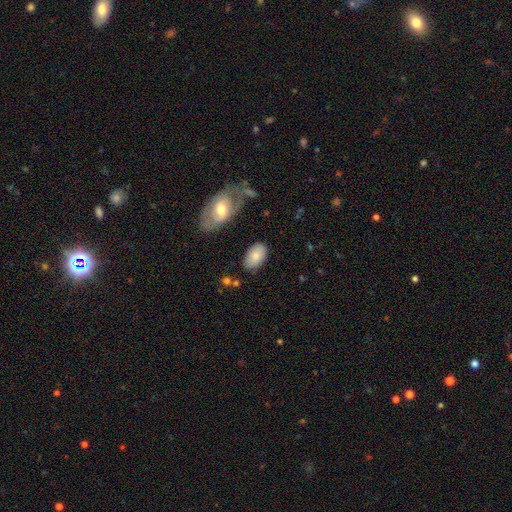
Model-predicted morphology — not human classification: smooth_or_featured: smooth (p=0.80) [alt: featured or disk p=0.13]
how_rounded: in between (p=0.94) [alt: round p=0.04]
merging: none (p=0.77) [alt: minor disturbance p=0.16]